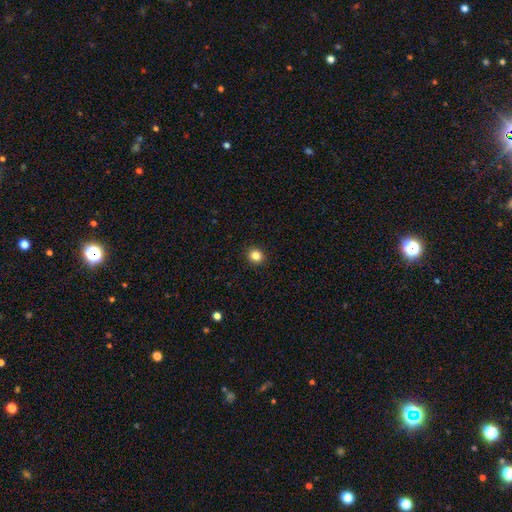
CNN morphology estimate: Q: Smooth or featured?
A: smooth (84%); runner-up: star or artifact (12%)
Q: How rounded?
A: round (84%); runner-up: in between (15%)
Q: Merging?
A: none (92%); runner-up: minor disturbance (5%)